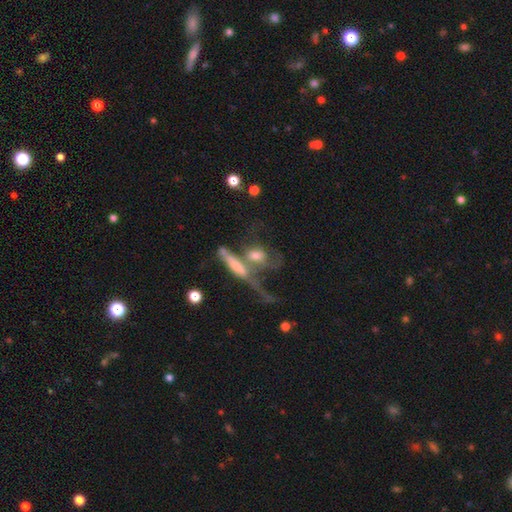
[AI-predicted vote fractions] Smooth or featured? Predicted: featured or disk (p=0.51). Edge-on disk? Predicted: no (p=0.69). Merging? Predicted: merger (p=0.53).